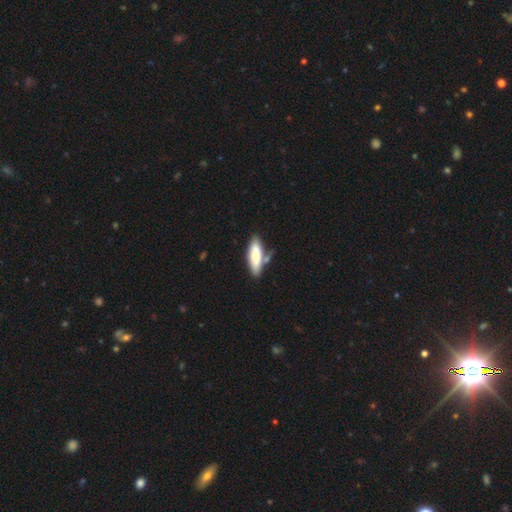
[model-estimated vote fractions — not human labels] A smooth galaxy with no disk features (75%) that is cigar-shaped (49%, tied with in between). Merging: none (63%).